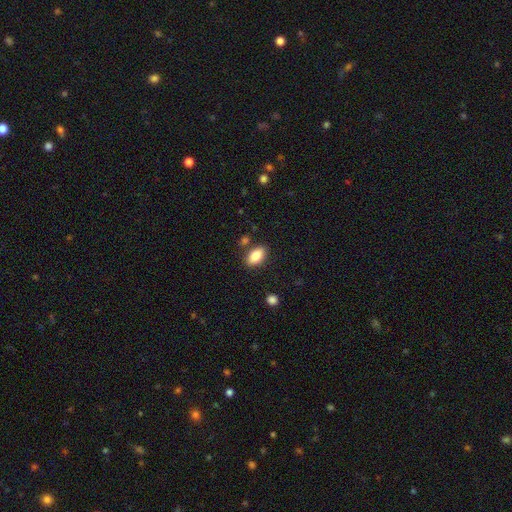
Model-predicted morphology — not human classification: A smooth galaxy with no disk features (85%) that is in between round and cigar-shaped (90%). Merging: none (81%).